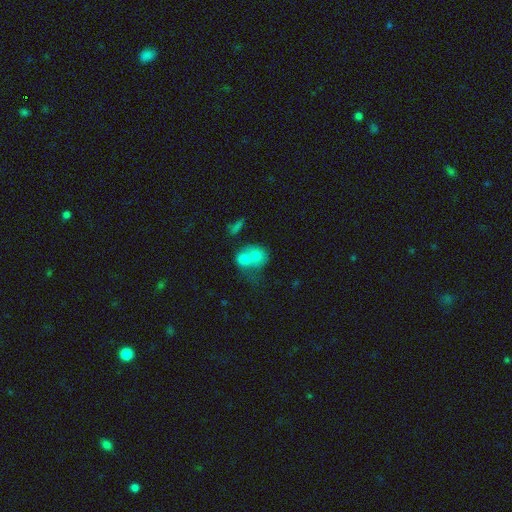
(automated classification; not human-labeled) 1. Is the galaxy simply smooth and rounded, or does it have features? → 69% smooth, 22% featured or disk, 9% star or artifact.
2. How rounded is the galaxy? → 59% round, 40% in between, 1% cigar-shaped.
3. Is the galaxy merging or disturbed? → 72% merger, 17% none, 6% minor disturbance, 5% major disturbance.